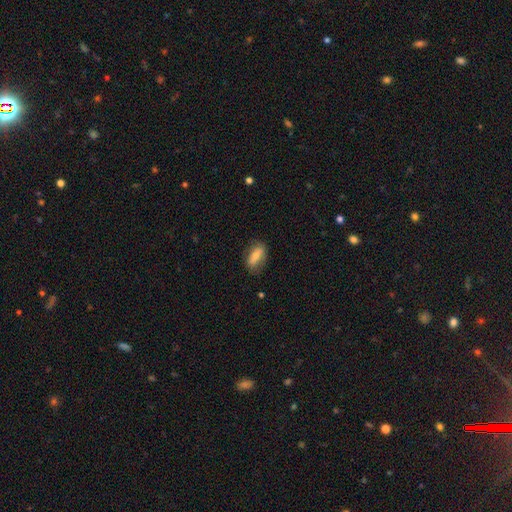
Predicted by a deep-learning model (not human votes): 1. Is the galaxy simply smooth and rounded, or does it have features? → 70% smooth, 23% featured or disk, 7% star or artifact.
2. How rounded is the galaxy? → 81% in between, 14% cigar-shaped, 5% round.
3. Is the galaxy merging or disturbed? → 75% none, 18% minor disturbance, 5% major disturbance, 1% merger.